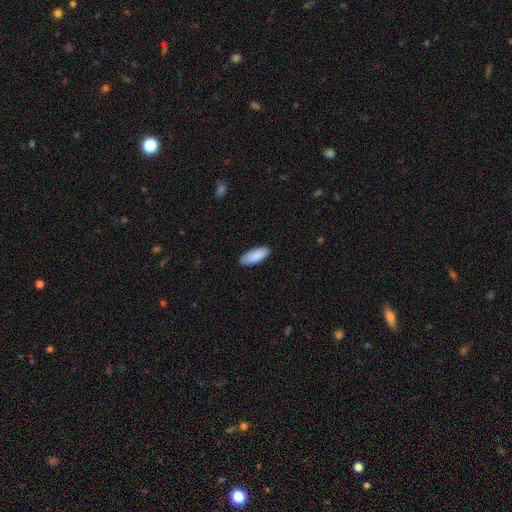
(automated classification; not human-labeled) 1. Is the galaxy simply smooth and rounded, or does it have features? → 90% smooth, 5% star or artifact, 5% featured or disk.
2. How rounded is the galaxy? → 80% in between, 18% cigar-shaped, 1% round.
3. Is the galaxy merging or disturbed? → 86% none, 11% minor disturbance, 2% major disturbance, 1% merger.